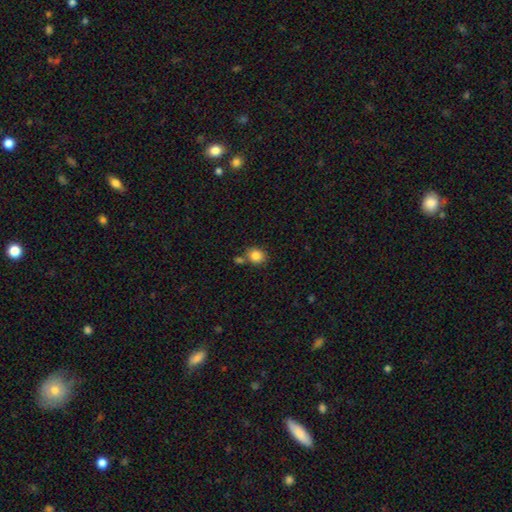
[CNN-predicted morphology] Smooth or featured? Predicted: smooth (p=0.85). How rounded? Predicted: round (p=0.77). Merging? Predicted: none (p=0.67).